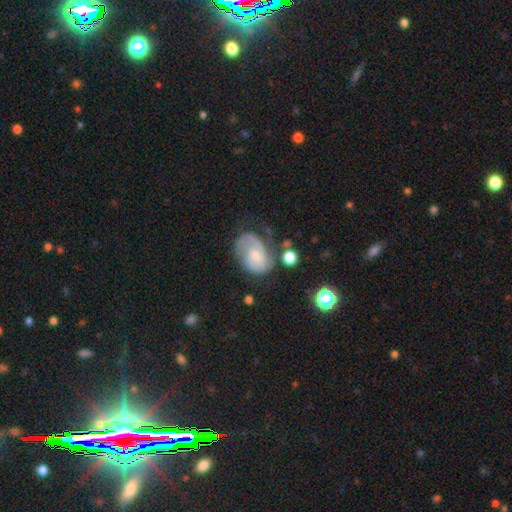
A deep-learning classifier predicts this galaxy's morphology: The model was most divided on "spiral winding": tight: 41%, medium: 40%, loose: 18%. Remaining: edge-on disk — no (97%); spiral arms — yes (86%); smooth or featured — featured or disk (69%); bulge size — small (59%); bar — no (58%); spiral arm count — 2 (50%); merging — none (48%).